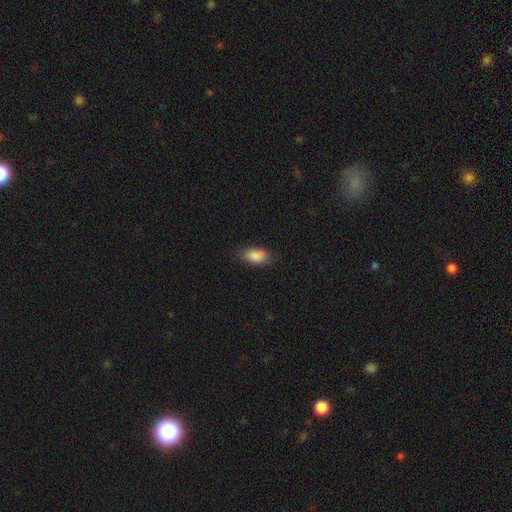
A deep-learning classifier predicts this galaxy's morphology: Smooth or featured: smooth — 86% (star or artifact — 7%)
How rounded: in between — 90% (cigar-shaped — 5%)
Merging: none — 77% (minor disturbance — 18%)